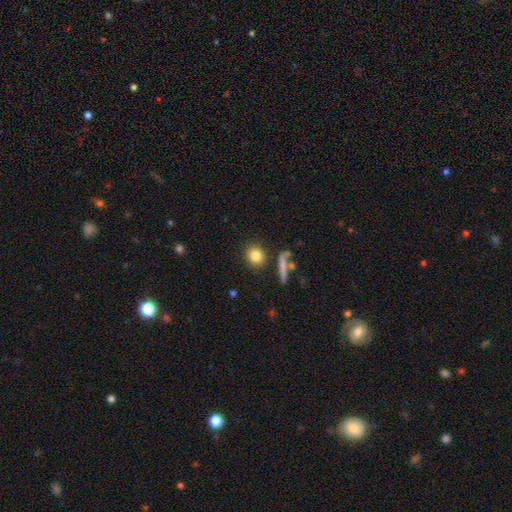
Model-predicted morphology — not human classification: This is clearly a smooth galaxy (82%). How rounded: likely round (75%). Merging: clearly none (84%).